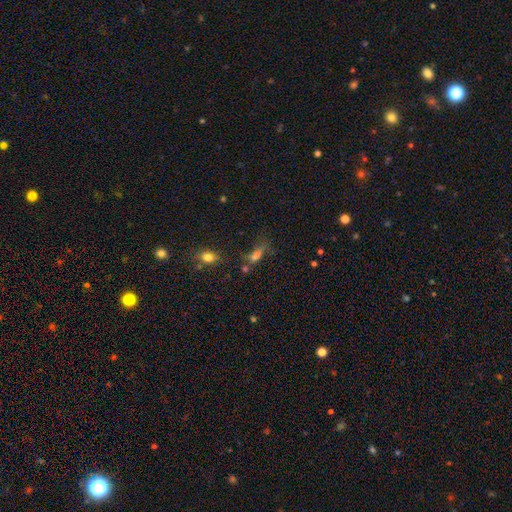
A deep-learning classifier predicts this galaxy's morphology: The model was most divided on "merging": none: 44%, minor disturbance: 22%, major disturbance: 20%, merger: 14%. More confident: how rounded — in between (63%); smooth or featured — smooth (61%).